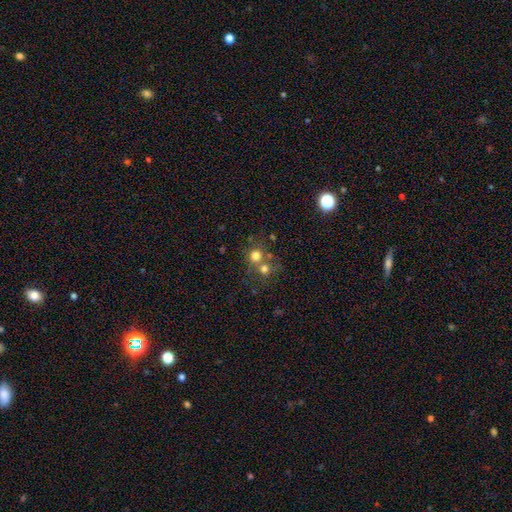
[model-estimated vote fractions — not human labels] smooth 70%, star or artifact 17%, featured or disk 13%. Down the decision tree: how rounded — round (87%); merging — none (48%).